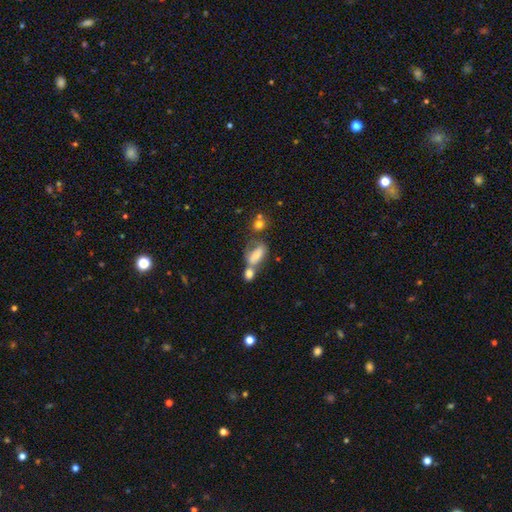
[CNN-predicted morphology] Smooth or featured? smooth (61%)
How rounded? in between (80%)
Merging? merger (47%)